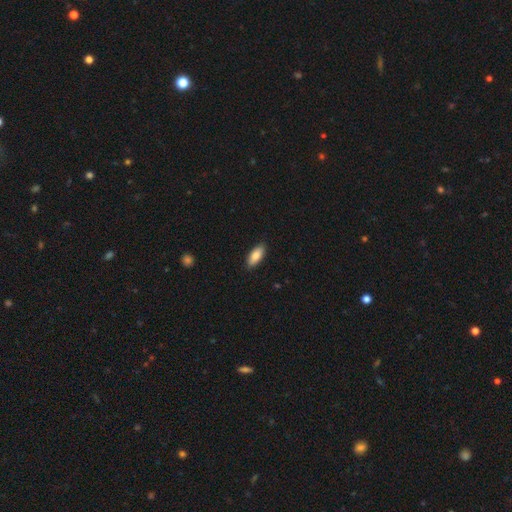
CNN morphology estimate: smooth-or-featured: smooth: 85% | featured or disk: 9% | star or artifact: 6%
  how-rounded: in between: 84% | cigar-shaped: 14% | round: 2%
  merging: none: 89% | minor disturbance: 9% | major disturbance: 2% | merger: 1%